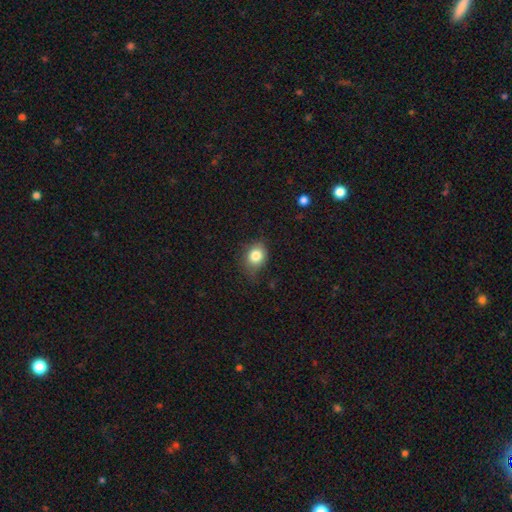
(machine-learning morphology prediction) This is clearly a smooth galaxy (82%). How rounded: possibly round (55%). Merging: likely none (68%).